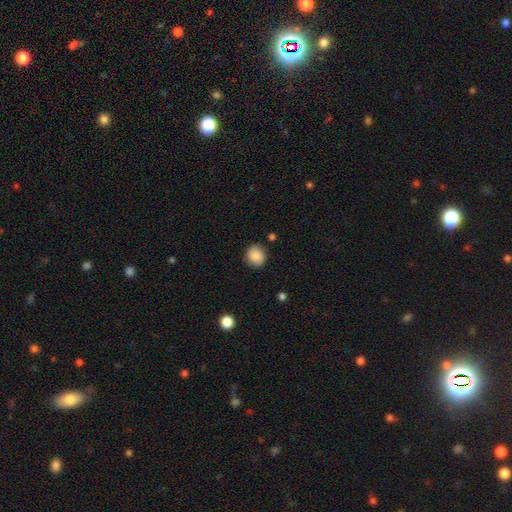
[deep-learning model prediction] Morphology: type=smooth (87%); roundness=round (82%); merging=none (83%).